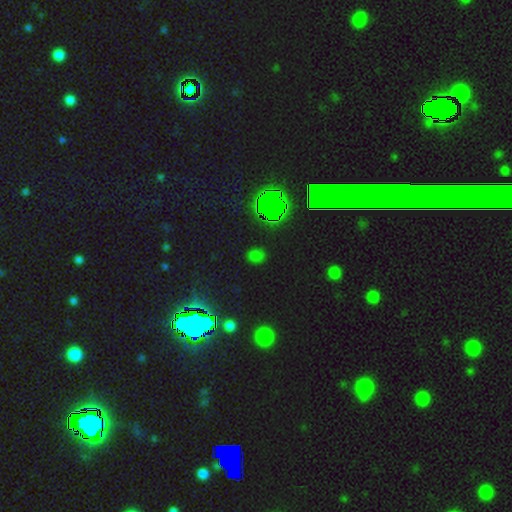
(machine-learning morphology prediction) This is possibly a star or artifact rather than a galaxy (56%).